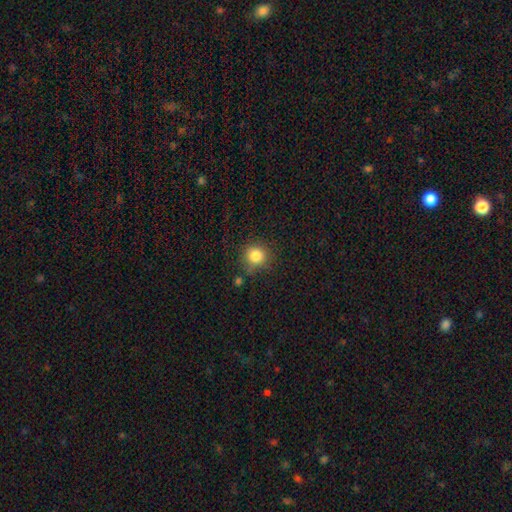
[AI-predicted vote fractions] smooth 84%, star or artifact 11%, featured or disk 5%. Down the decision tree: how rounded — round (90%); merging — none (78%).